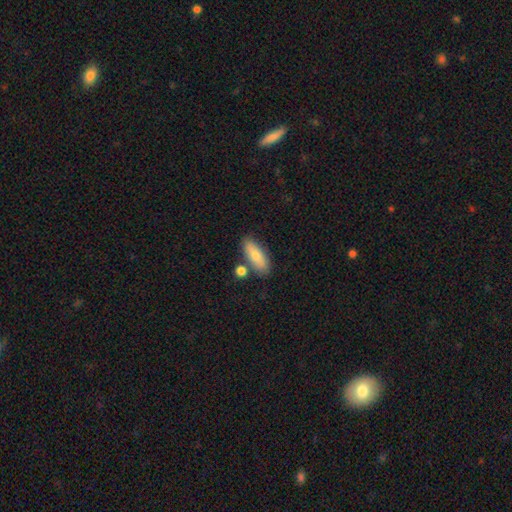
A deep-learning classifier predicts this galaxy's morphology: Overall: smooth (78%). How rounded: in between (73%). Merging: none (72%).